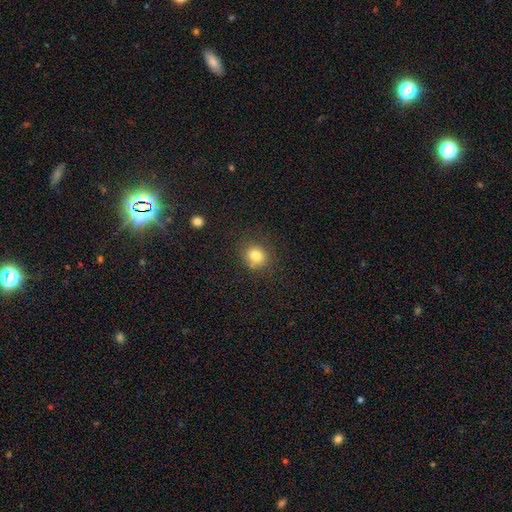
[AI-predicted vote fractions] smooth-or-featured: smooth: 80% | star or artifact: 12% | featured or disk: 7%
  how-rounded: round: 79% | in between: 21% | cigar-shaped: 1%
  merging: none: 80% | minor disturbance: 11% | merger: 5% | major disturbance: 3%